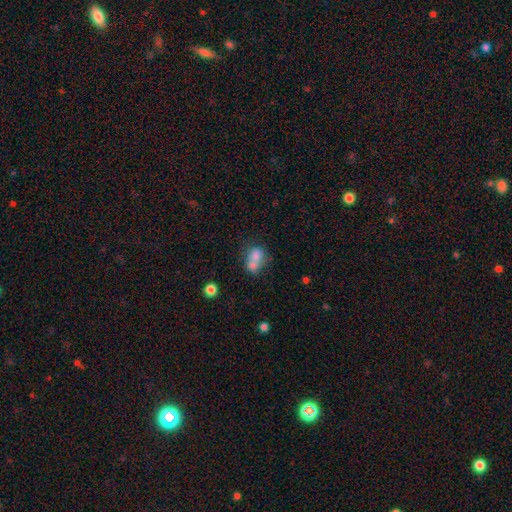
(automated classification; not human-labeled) smooth_or_featured: smooth (p=0.70) [alt: featured or disk p=0.19]
how_rounded: in between (p=0.58) [alt: round p=0.41]
merging: merger (p=0.61) [alt: none p=0.24]